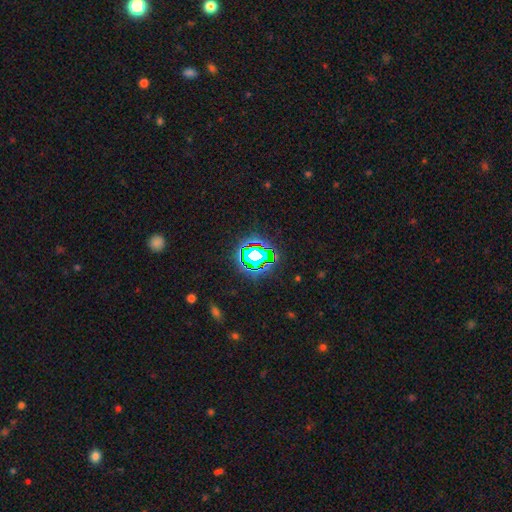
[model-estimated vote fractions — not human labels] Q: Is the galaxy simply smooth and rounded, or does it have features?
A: star or artifact — 69%.